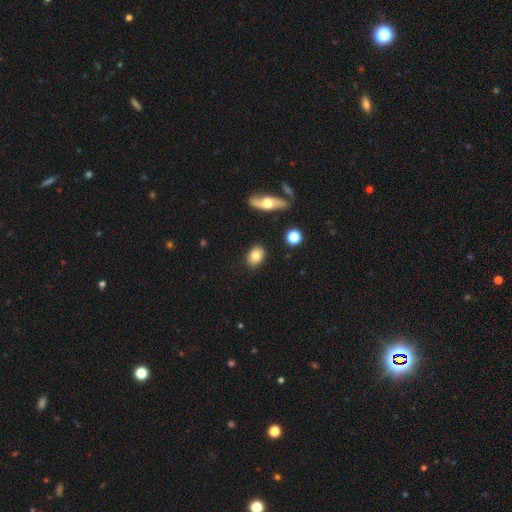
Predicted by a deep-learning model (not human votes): This is likely a smooth galaxy (80%). How rounded: likely in between (73%). Merging: clearly none (87%).